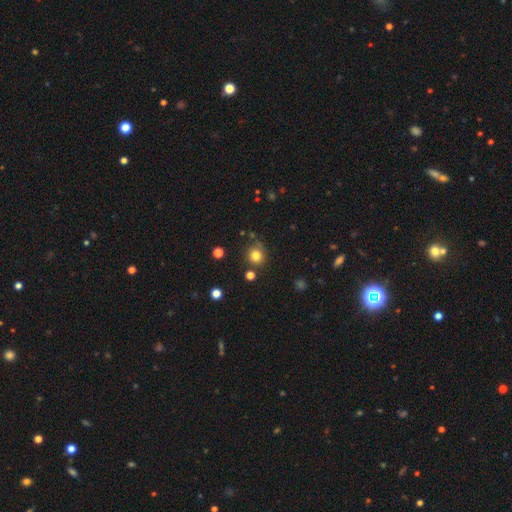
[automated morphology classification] This is likely a smooth galaxy (80%). How rounded: clearly round (89%). Merging: likely none (75%).